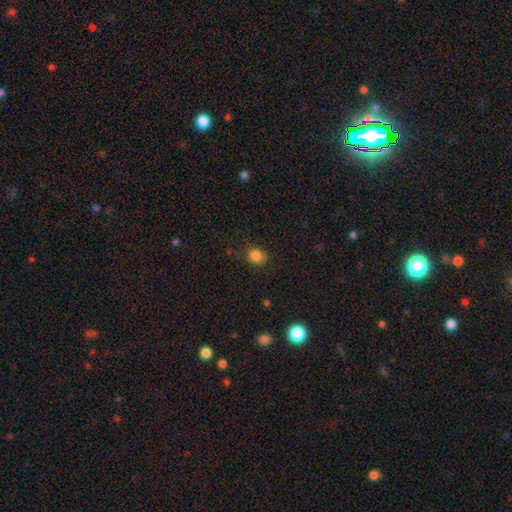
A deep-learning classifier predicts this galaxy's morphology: A smooth galaxy with no disk features (83%) that is round (74%). Merging: none (79%).